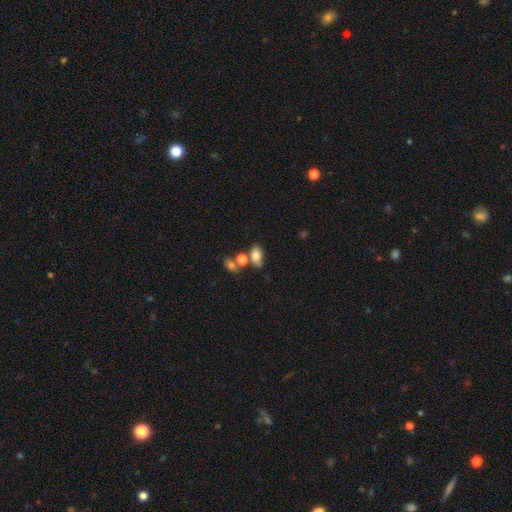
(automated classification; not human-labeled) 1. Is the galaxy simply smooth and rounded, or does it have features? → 77% smooth, 13% featured or disk, 10% star or artifact.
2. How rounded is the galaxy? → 85% in between, 13% round, 2% cigar-shaped.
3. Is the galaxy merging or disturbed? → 48% none, 29% merger, 16% minor disturbance, 7% major disturbance.